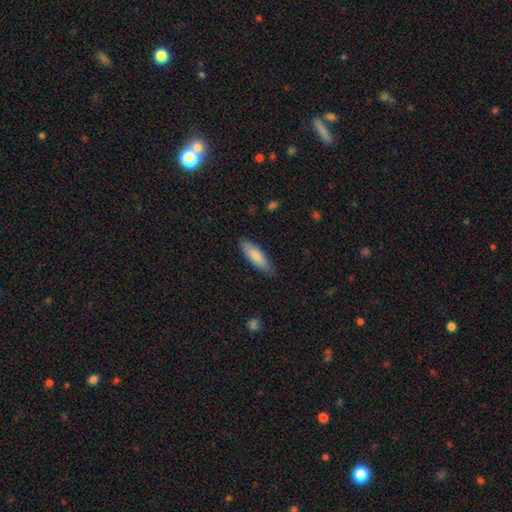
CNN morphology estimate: Overall: smooth (83%). How rounded: cigar-shaped (54%; in between 45%). Merging: none (83%).